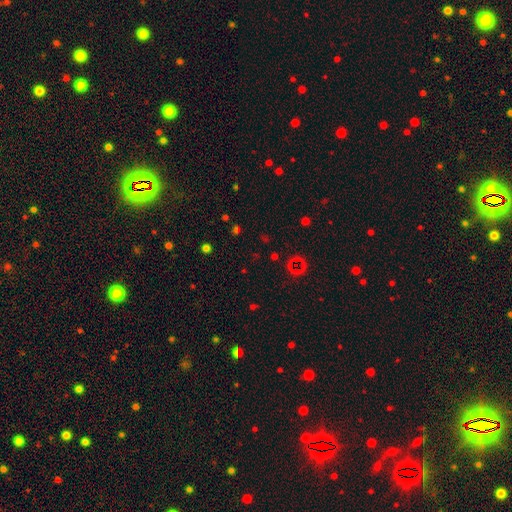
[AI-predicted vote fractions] The model was most divided on "smooth or featured": star or artifact: 66%, smooth: 26%, featured or disk: 8%.